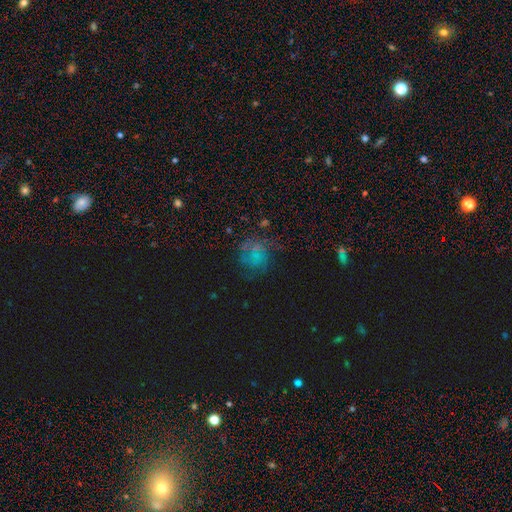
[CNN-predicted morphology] The model was most divided on "smooth or featured" (2-way tie): featured or disk: 40%, smooth: 40%, star or artifact: 20%. More confident: merging — none (54%).